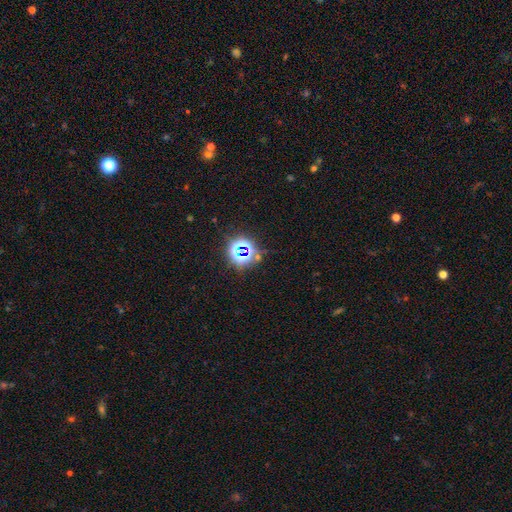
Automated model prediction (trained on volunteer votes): Smooth or featured: star or artifact — 77% (smooth — 15%)